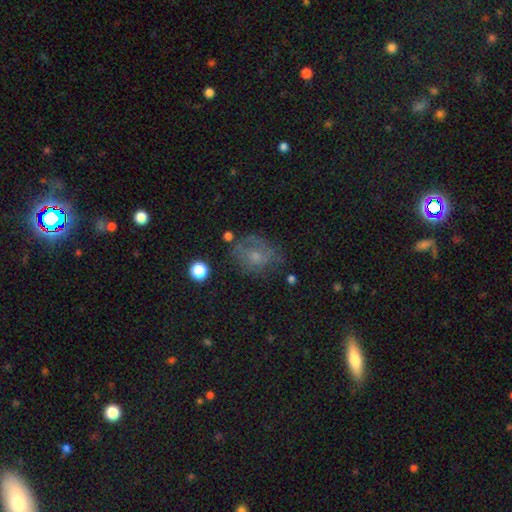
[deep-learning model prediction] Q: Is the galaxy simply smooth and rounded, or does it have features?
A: smooth — 46%.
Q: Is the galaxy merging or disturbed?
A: none — 56%.